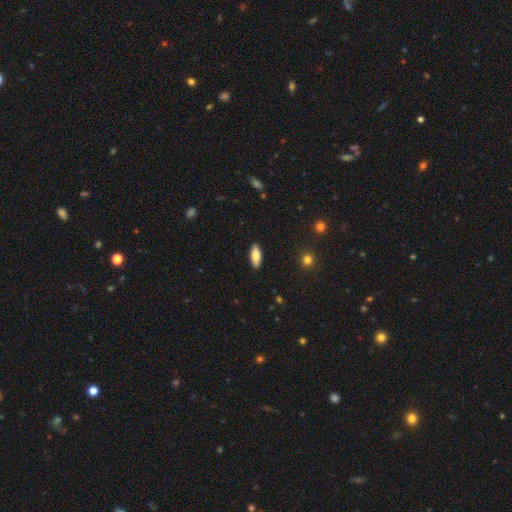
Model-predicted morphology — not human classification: Overall: smooth (81%). How rounded: in between (80%). Merging: none (89%).